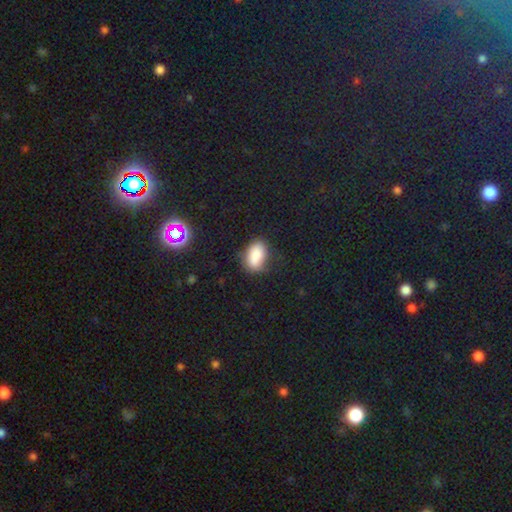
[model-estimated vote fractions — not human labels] smooth 84%, star or artifact 9%, featured or disk 6%. Down the decision tree: how rounded — in between (88%); merging — none (71%).